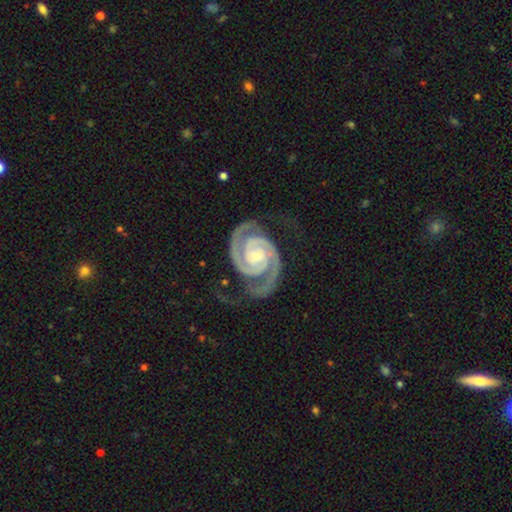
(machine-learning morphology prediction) Q: Smooth or featured?
A: featured or disk (95%); runner-up: star or artifact (3%)
Q: Edge-on disk?
A: no (98%); runner-up: yes (2%)
Q: Bar?
A: no (60%); runner-up: weak (27%)
Q: Spiral arms?
A: yes (99%); runner-up: no (1%)
Q: Spiral winding?
A: tight (67%); runner-up: medium (29%)
Q: Spiral arm count?
A: 2 (93%); runner-up: 3 (2%)
Q: Bulge size?
A: small (59%); runner-up: moderate (33%)
Q: Merging?
A: none (73%); runner-up: minor disturbance (16%)